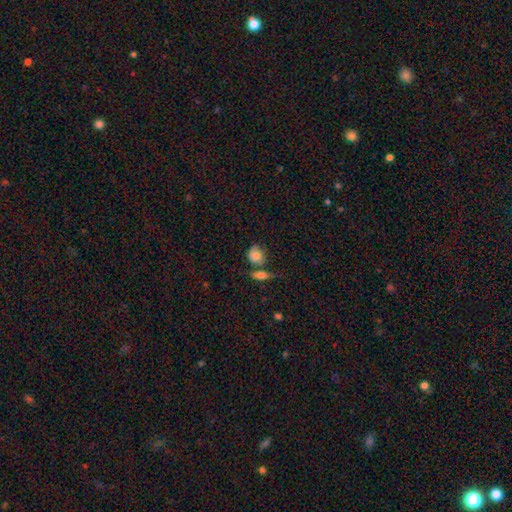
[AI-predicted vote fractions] A smooth galaxy with no disk features (71%) that is round (65%).

Vote fractions:
- Smooth or featured? smooth: 71% / featured or disk: 20% / star or artifact: 8%
- How rounded? round: 65% / in between: 32% / cigar-shaped: 2%
- Merging? none: 46% / minor disturbance: 23% / merger: 22% / major disturbance: 10%